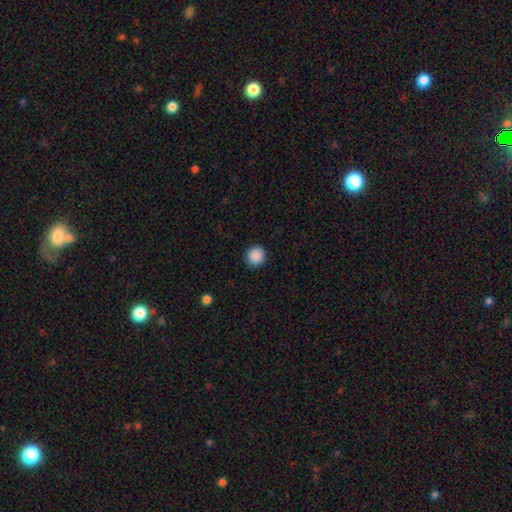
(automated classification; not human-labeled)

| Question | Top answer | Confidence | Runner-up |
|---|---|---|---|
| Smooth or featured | smooth | 89% | star or artifact (9%) |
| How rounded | round | 94% | in between (5%) |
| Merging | none | 92% | minor disturbance (5%) |